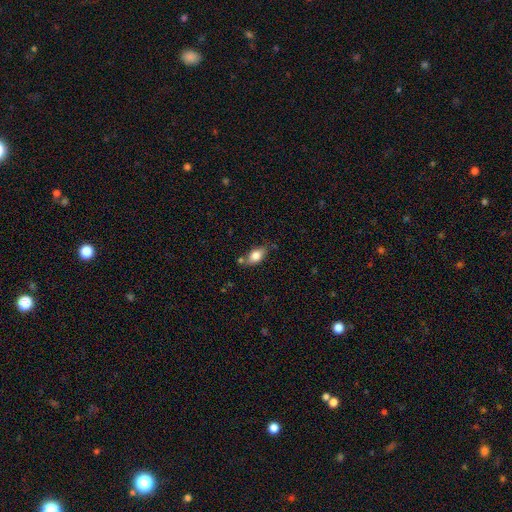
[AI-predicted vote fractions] Smooth or featured? smooth (78%)
How rounded? in between (85%)
Merging? none (64%)